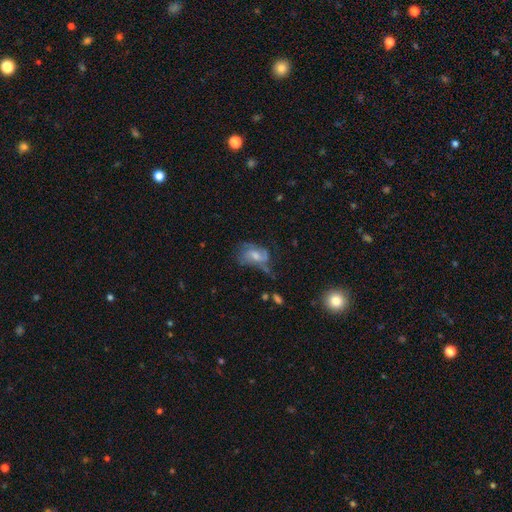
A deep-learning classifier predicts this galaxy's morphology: Overall: featured or disk (61%; smooth 30%). Edge-on disk: no (96%). Bar: no (51%; weak 41%). Spiral arms: yes (79%). Bulge size: moderate (46%; small 27%). Merging: major disturbance (35%; none 33%).